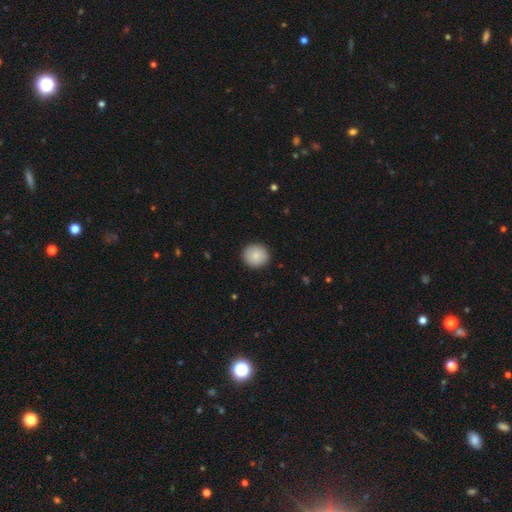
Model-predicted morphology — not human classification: smooth_or_featured: smooth (p=0.87) [alt: star or artifact p=0.07]
how_rounded: round (p=0.92) [alt: in between p=0.07]
merging: none (p=0.91) [alt: minor disturbance p=0.06]